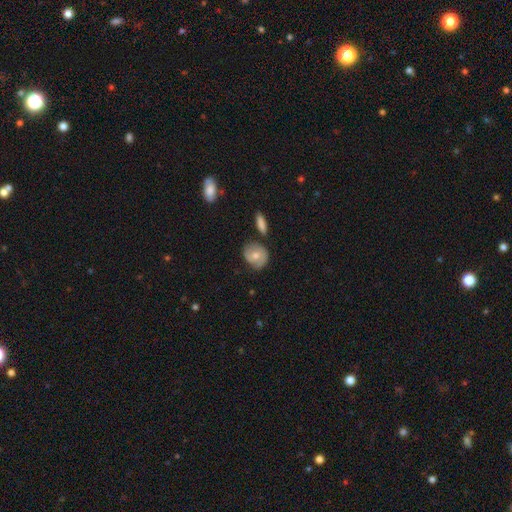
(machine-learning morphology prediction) The model was most divided on "smooth or featured": smooth: 49%, featured or disk: 44%, star or artifact: 7%. More confident: merging — none (68%).